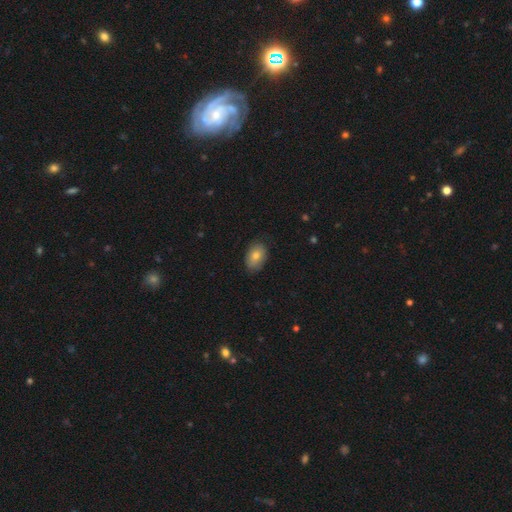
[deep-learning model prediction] Smooth or featured? Predicted: smooth (p=0.77). How rounded? Predicted: in between (p=0.83). Merging? Predicted: none (p=0.80).